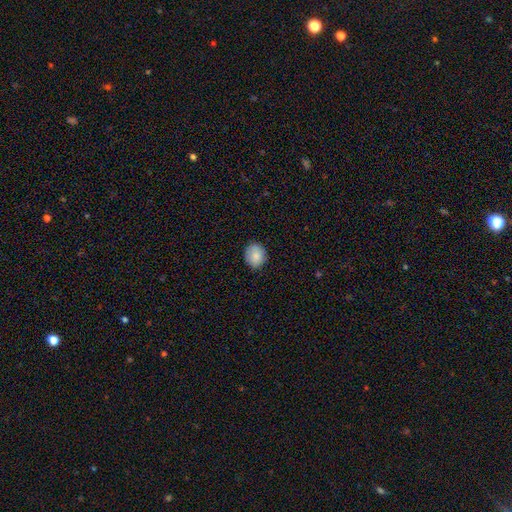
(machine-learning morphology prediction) Smooth or featured?
  - smooth: 86% *
  - star or artifact: 7%
  - featured or disk: 7%
How rounded?
  - round: 68% *
  - in between: 31%
  - cigar-shaped: 1%
Merging?
  - none: 84% *
  - minor disturbance: 12%
  - major disturbance: 2%
  - merger: 1%